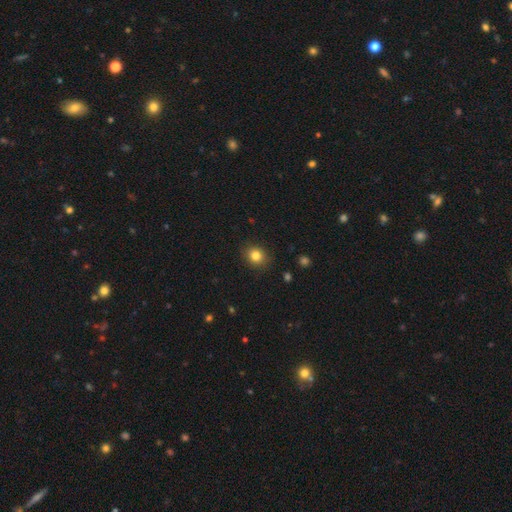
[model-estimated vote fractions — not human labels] A smooth galaxy with no disk features (82%) that is round (70%).

Vote fractions:
- Smooth or featured? smooth: 82% / star or artifact: 11% / featured or disk: 6%
- How rounded? round: 70% / in between: 29% / cigar-shaped: 1%
- Merging? none: 88% / minor disturbance: 9% / major disturbance: 2% / merger: 1%